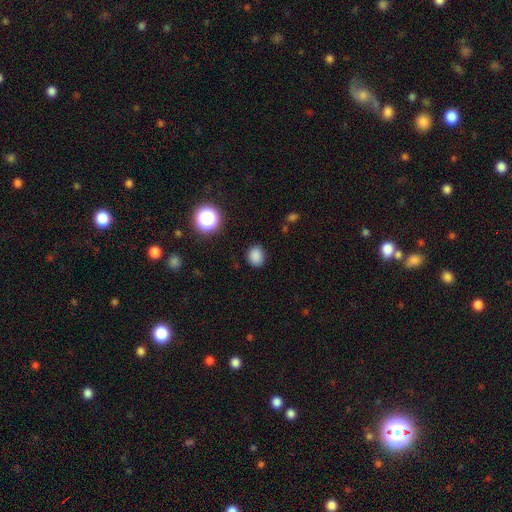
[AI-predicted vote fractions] A smooth galaxy with no disk features (83%) that is round (57%). Merging: none (86%).